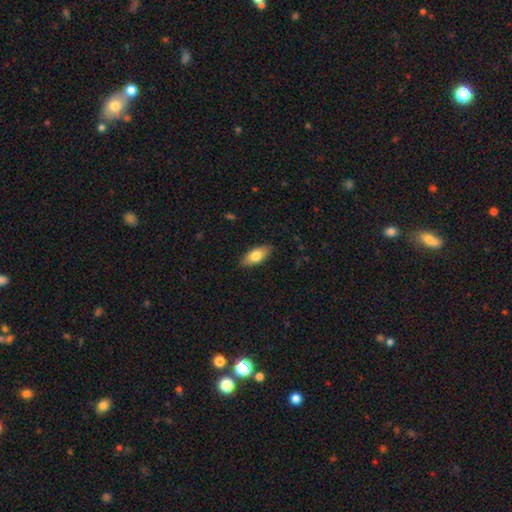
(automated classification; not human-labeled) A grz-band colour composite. It shows a smooth galaxy with no disk features (78%) that is in between round and cigar-shaped (85%). Merging: none (87%).